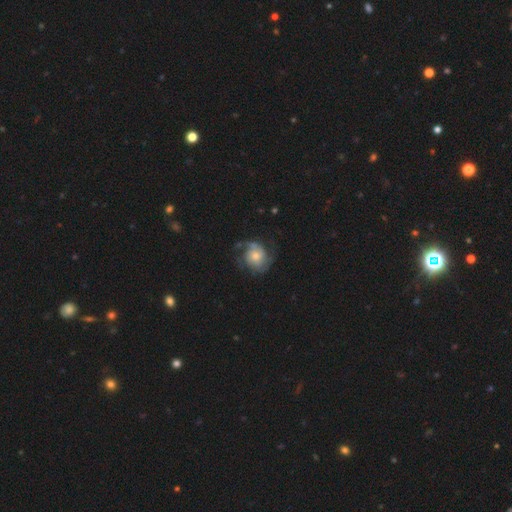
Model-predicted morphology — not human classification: Smooth or featured: featured or disk — 73% (smooth — 21%)
Edge-on disk: no — 98% (yes — 2%)
Bar: no — 78% (weak — 18%)
Spiral arms: yes — 91% (no — 9%)
Spiral winding: medium — 44% (tight — 32%)
Spiral arm count: 2 — 54% (can't tell — 16%)
Bulge size: moderate — 46% (small — 42%)
Merging: none — 63% (minor disturbance — 20%)